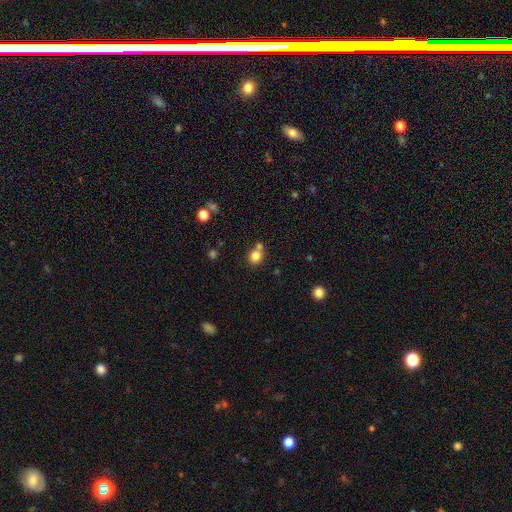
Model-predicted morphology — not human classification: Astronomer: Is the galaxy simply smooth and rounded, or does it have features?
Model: smooth — 81%.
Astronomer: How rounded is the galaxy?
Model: round — 80%.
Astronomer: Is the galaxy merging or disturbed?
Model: none — 61%.